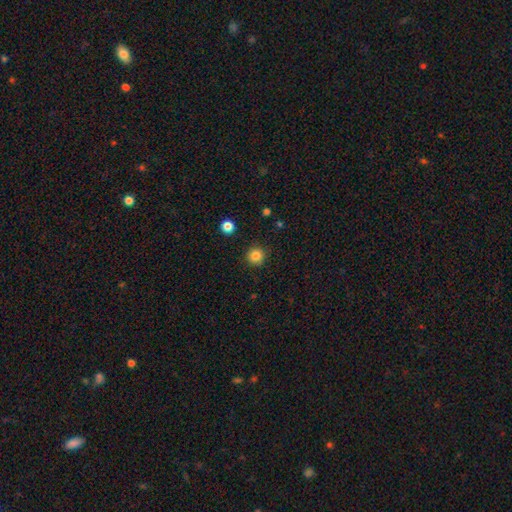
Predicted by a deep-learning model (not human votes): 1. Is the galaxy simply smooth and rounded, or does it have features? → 84% smooth, 12% star or artifact, 4% featured or disk.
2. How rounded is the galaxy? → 95% round, 4% in between, 1% cigar-shaped.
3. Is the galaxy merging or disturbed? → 92% none, 5% minor disturbance, 2% major disturbance, 1% merger.